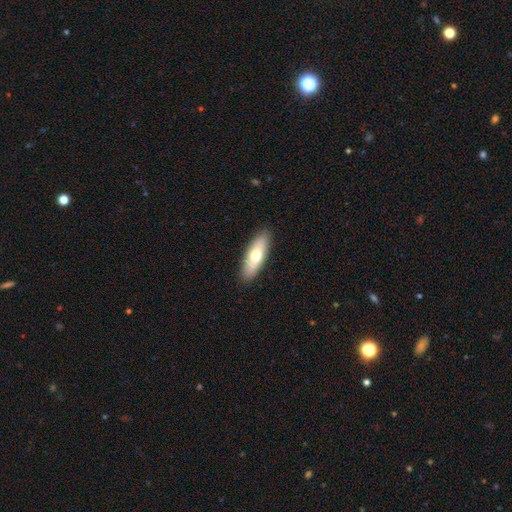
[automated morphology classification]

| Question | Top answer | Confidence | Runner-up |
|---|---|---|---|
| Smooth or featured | smooth | 66% | featured or disk (29%) |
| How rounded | in between | 60% | cigar-shaped (37%) |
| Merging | none | 90% | minor disturbance (8%) |